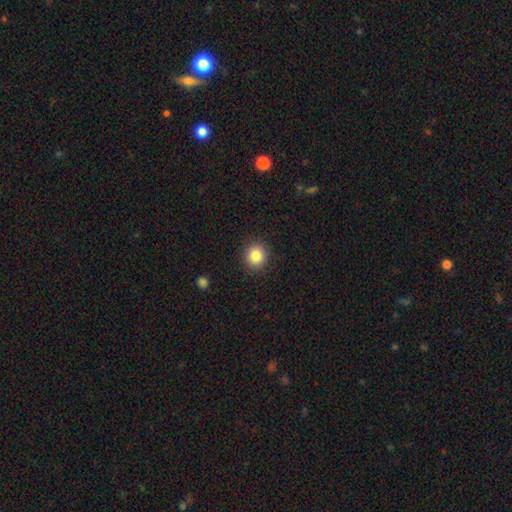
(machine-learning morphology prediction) A smooth galaxy with no disk features (84%) that is round (86%). Merging: none (91%).